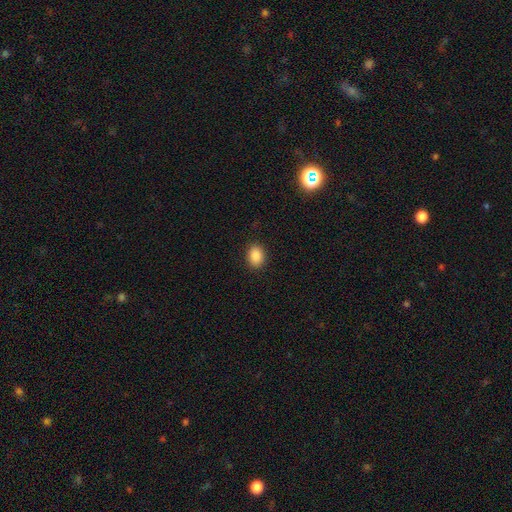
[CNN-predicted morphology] The model was most divided on "how rounded": in between: 72%, round: 26%, cigar-shaped: 1%. More confident: merging — none (89%); smooth or featured — smooth (89%).